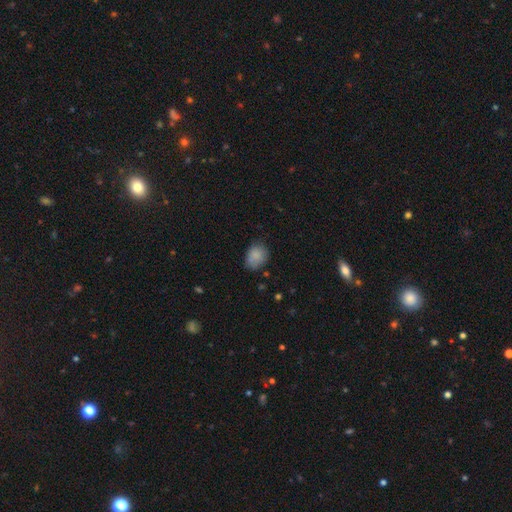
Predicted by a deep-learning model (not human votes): Q: Smooth or featured?
A: smooth (84%); runner-up: star or artifact (9%)
Q: How rounded?
A: in between (51%); runner-up: round (49%)
Q: Merging?
A: none (64%); runner-up: minor disturbance (27%)